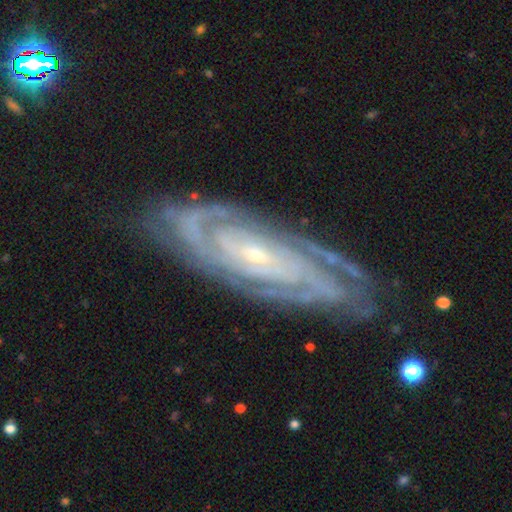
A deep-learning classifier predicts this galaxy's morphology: This appears to be a featured or disk galaxy (90%) with no bar (65%), tight (79%) spiral arms (98%) and a small central bulge (81%). Merging: none (79%).